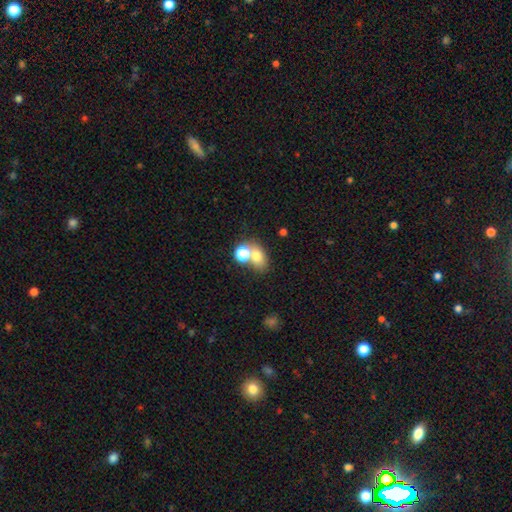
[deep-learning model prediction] Smooth or featured? Predicted: smooth (p=0.72). How rounded? Predicted: in between (p=0.63). Merging? Predicted: none (p=0.45).